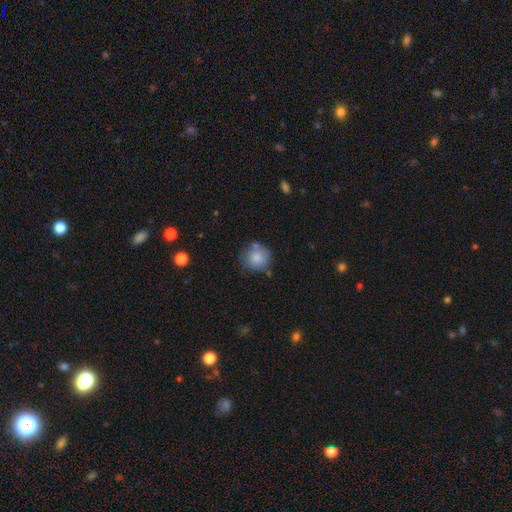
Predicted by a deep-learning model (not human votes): smooth_or_featured: smooth (p=0.82) [alt: featured or disk p=0.09]
how_rounded: round (p=0.87) [alt: in between p=0.12]
merging: none (p=0.68) [alt: minor disturbance p=0.18]